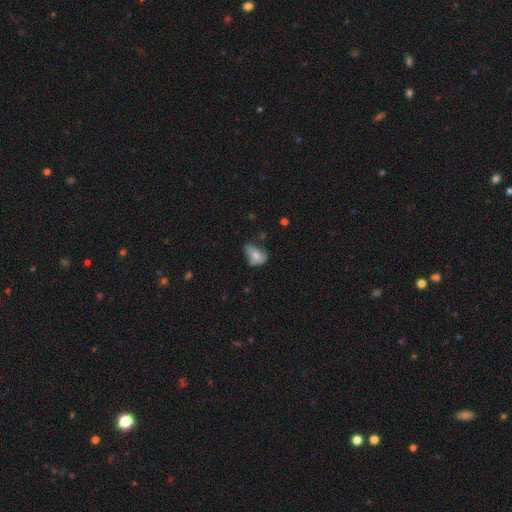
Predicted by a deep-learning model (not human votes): smooth-or-featured: smooth: 61% | featured or disk: 29% | star or artifact: 10%
  how-rounded: in between: 78% | round: 20% | cigar-shaped: 2%
  merging: minor disturbance: 39% | none: 32% | major disturbance: 24% | merger: 5%